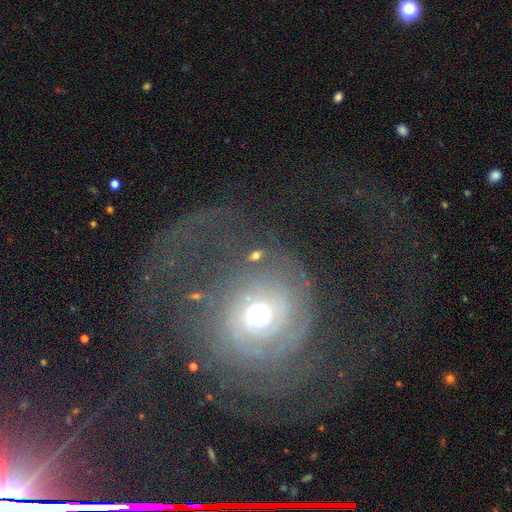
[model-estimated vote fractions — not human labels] Smooth or featured: smooth — 47% (featured or disk — 28%)
Merging: none — 67% (minor disturbance — 13%)